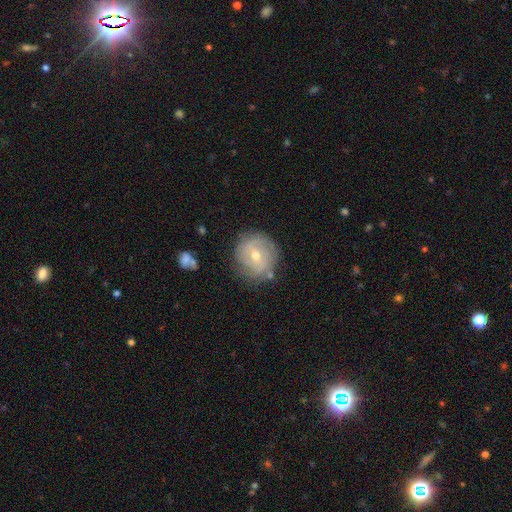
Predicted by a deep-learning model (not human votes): smooth_or_featured: featured or disk (p=0.63) [alt: smooth p=0.29]
disk_edge_on: no (p=0.97) [alt: yes p=0.03]
bar: no (p=0.51) [alt: weak p=0.40]
has_spiral_arms: yes (p=0.77) [alt: no p=0.23]
bulge_size: moderate (p=0.55) [alt: small p=0.42]
merging: none (p=0.77) [alt: minor disturbance p=0.16]